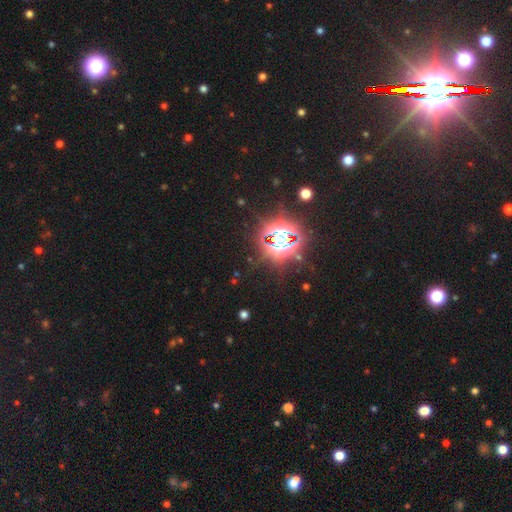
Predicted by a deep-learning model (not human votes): smooth_or_featured: star or artifact (p=0.83) [alt: smooth p=0.10]